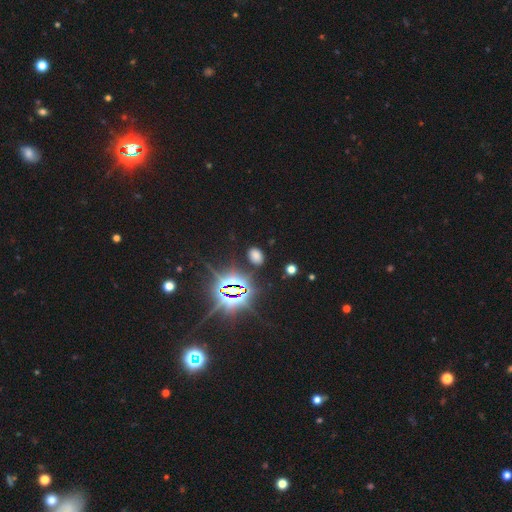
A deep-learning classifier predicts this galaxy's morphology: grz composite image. It shows a smooth galaxy with no disk features (55%) that is in between round and cigar-shaped (85%). Merging: none (84%).